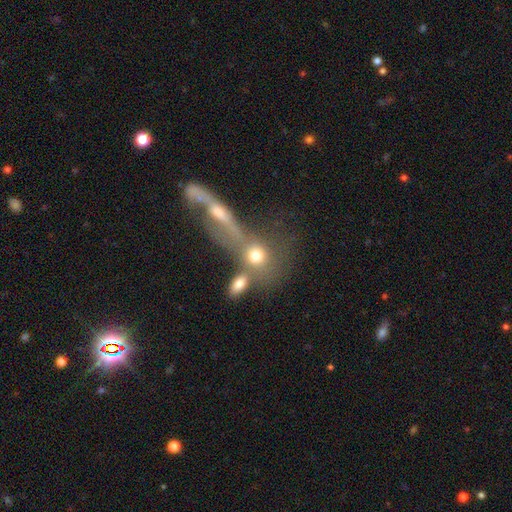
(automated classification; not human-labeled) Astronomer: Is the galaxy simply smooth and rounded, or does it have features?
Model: smooth — 61%.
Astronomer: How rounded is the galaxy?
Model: round — 57% (runner-up: in between, 33%).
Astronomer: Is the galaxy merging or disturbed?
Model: merger — 45% (runner-up: none, 34%).